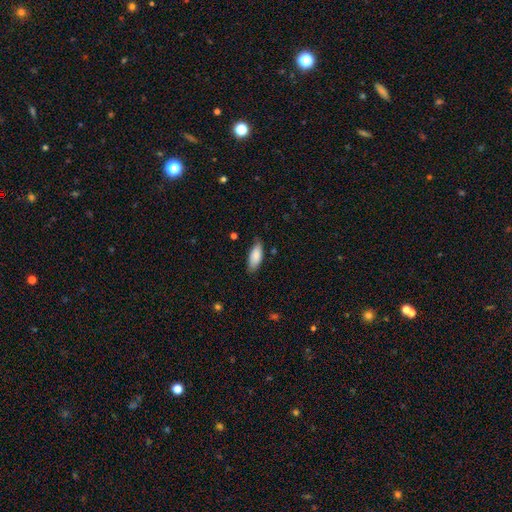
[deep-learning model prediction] Smooth or featured?
  - smooth: 85% *
  - featured or disk: 9%
  - star or artifact: 6%
How rounded?
  - in between: 79% *
  - cigar-shaped: 19%
  - round: 2%
Merging?
  - none: 72% *
  - minor disturbance: 23%
  - major disturbance: 3%
  - merger: 1%